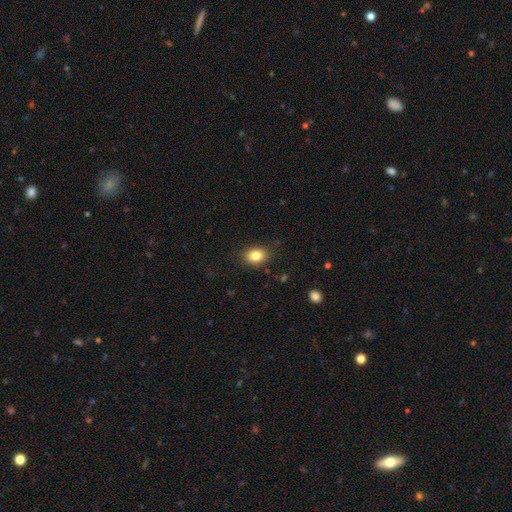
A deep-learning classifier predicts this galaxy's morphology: Smooth or featured: smooth — 84% (star or artifact — 9%)
How rounded: in between — 71% (round — 28%)
Merging: none — 84% (minor disturbance — 12%)